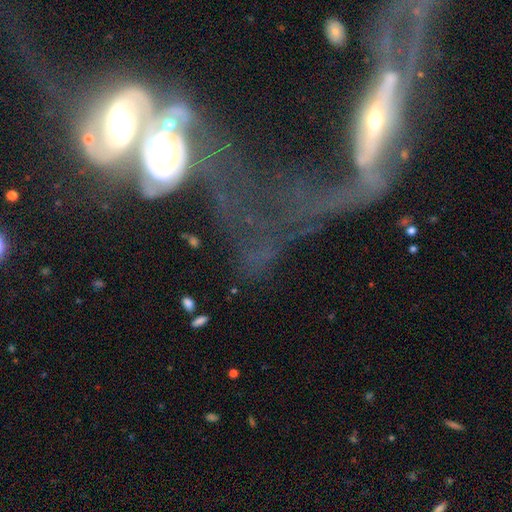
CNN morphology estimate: A featured or disk galaxy (63%) with no bar (56%), spiral arms (60%) and a moderate central bulge (51%). Merging: merger (54%).